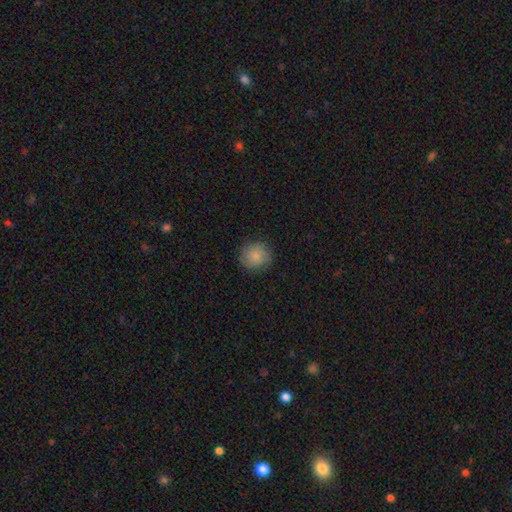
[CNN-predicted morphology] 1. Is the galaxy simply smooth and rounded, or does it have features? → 86% smooth, 8% star or artifact, 6% featured or disk.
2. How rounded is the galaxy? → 90% round, 9% in between, 1% cigar-shaped.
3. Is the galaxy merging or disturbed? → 87% none, 10% minor disturbance, 3% major disturbance, 1% merger.